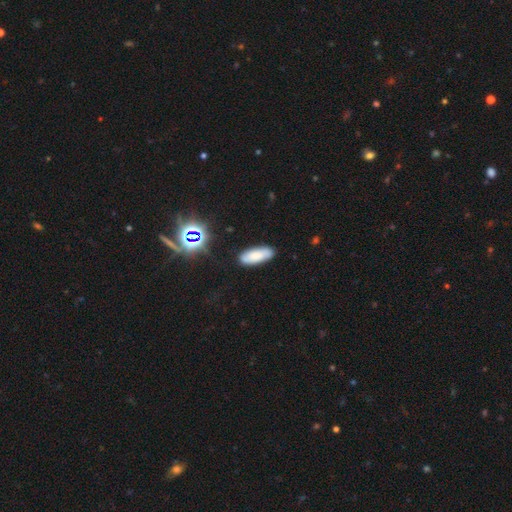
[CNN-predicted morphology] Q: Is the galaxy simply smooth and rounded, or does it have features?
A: smooth — 78%.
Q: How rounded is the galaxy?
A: in between — 73%.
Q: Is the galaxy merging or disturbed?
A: none — 83%.